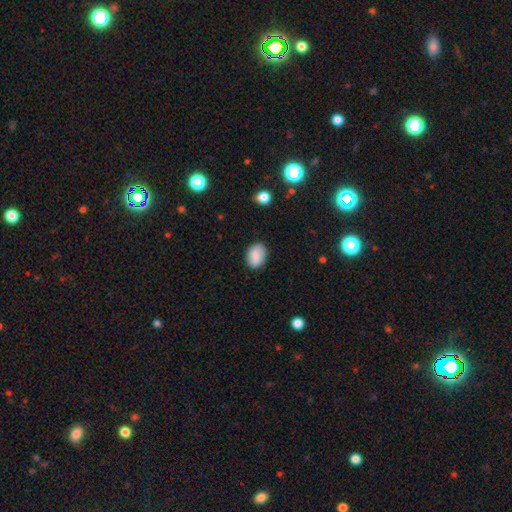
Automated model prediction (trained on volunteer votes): smooth-or-featured: smooth: 85% | featured or disk: 8% | star or artifact: 7%
  how-rounded: in between: 75% | round: 24% | cigar-shaped: 1%
  merging: none: 83% | minor disturbance: 13% | major disturbance: 3% | merger: 1%